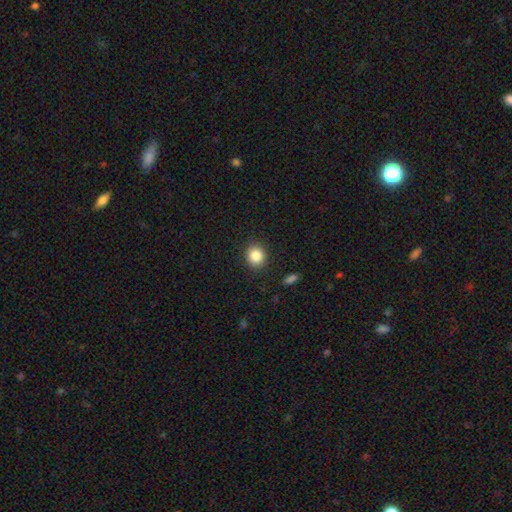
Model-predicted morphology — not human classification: A smooth galaxy with no disk features (85%) that is round (80%).

Vote fractions:
- Smooth or featured? smooth: 85% / star or artifact: 10% / featured or disk: 5%
- How rounded? round: 80% / in between: 19% / cigar-shaped: 1%
- Merging? none: 90% / minor disturbance: 7% / major disturbance: 2% / merger: 1%